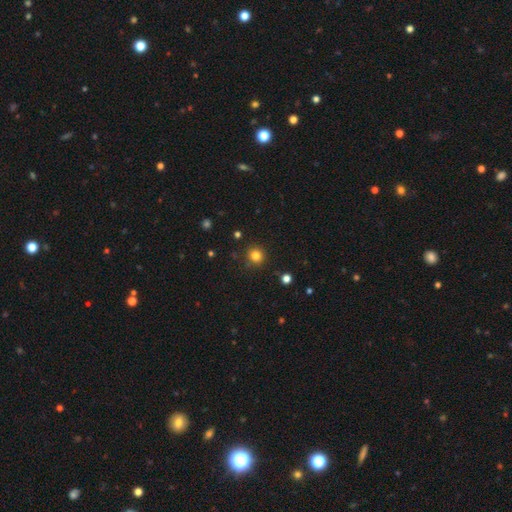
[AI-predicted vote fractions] smooth 81%, star or artifact 14%, featured or disk 5%. Down the decision tree: how rounded — round (93%); merging — none (88%).